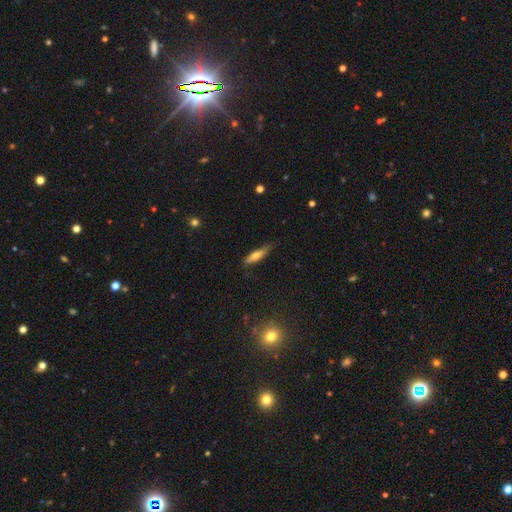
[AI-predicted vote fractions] Morphology: type=smooth (59%); roundness=cigar-shaped (76%); merging=none (78%).